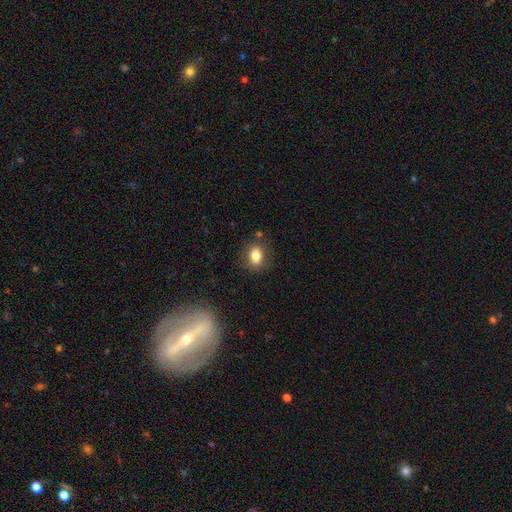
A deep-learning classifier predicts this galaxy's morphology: smooth_or_featured: smooth (p=0.81) [alt: featured or disk p=0.10]
how_rounded: in between (p=0.68) [alt: round p=0.31]
merging: none (p=0.81) [alt: minor disturbance p=0.13]